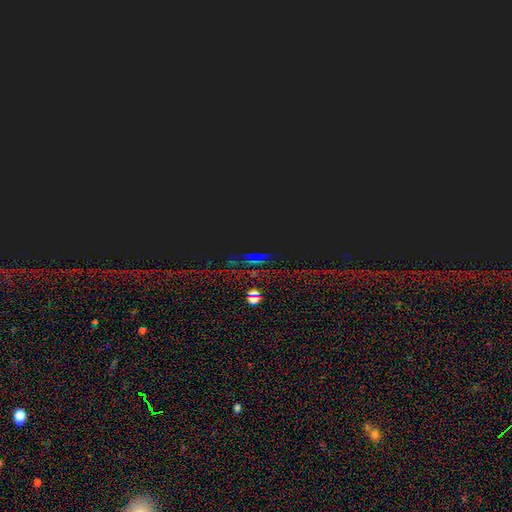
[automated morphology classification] Smooth or featured: star or artifact — 80% (smooth — 11%)